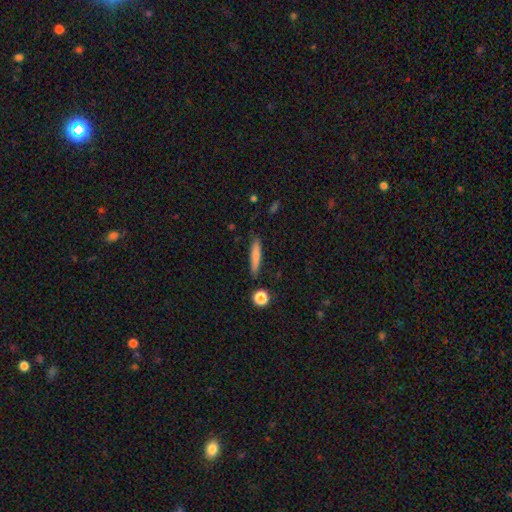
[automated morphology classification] Overall: smooth (77%). How rounded: cigar-shaped (90%). Merging: none (83%).